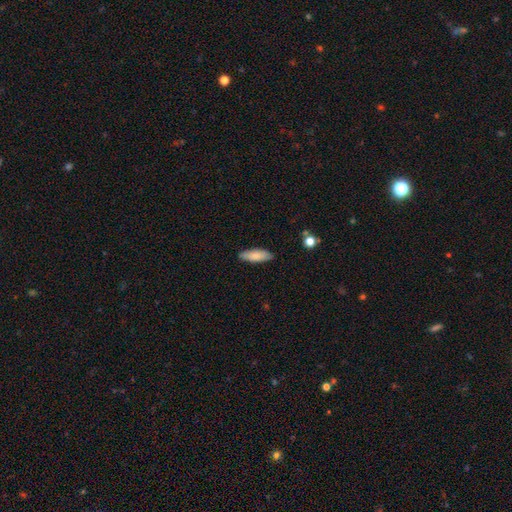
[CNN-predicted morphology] The model was most divided on "how rounded": in between: 56%, cigar-shaped: 42%, round: 2%. More confident: merging — none (85%); smooth or featured — smooth (82%).